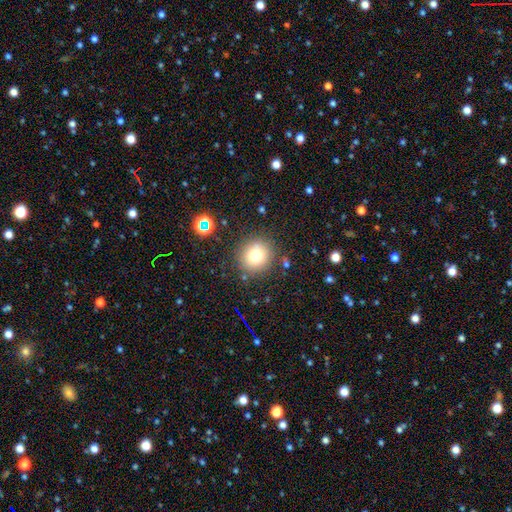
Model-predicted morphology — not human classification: smooth_or_featured: smooth (p=0.75) [alt: star or artifact p=0.15]
how_rounded: round (p=0.89) [alt: in between p=0.10]
merging: none (p=0.84) [alt: minor disturbance p=0.09]